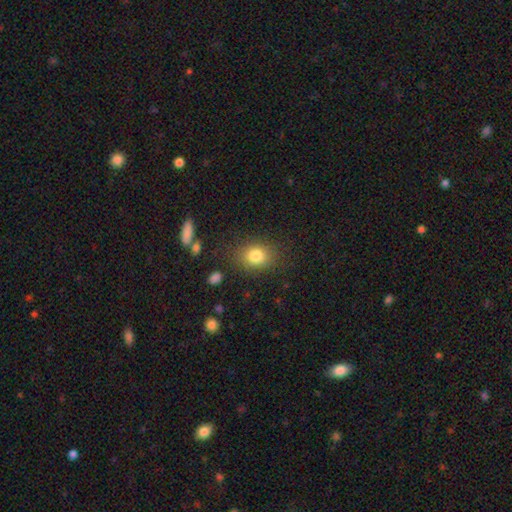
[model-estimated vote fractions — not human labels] smooth-or-featured: smooth: 81% | star or artifact: 11% | featured or disk: 8%
  how-rounded: in between: 53% | round: 46% | cigar-shaped: 1%
  merging: none: 80% | minor disturbance: 13% | major disturbance: 5% | merger: 2%